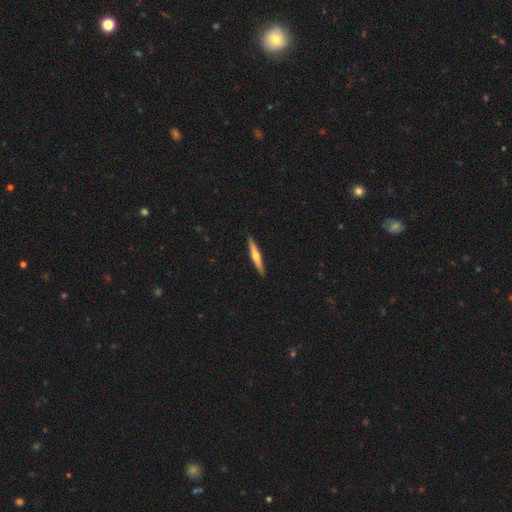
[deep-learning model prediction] smooth-or-featured: featured or disk: 58% | smooth: 37% | star or artifact: 5%
  disk-edge-on: yes: 97% | no: 3%
    edge-on-bulge: rounded: 87% | none: 9% | boxy: 4%
  merging: none: 92% | minor disturbance: 6% | major disturbance: 1% | merger: 1%